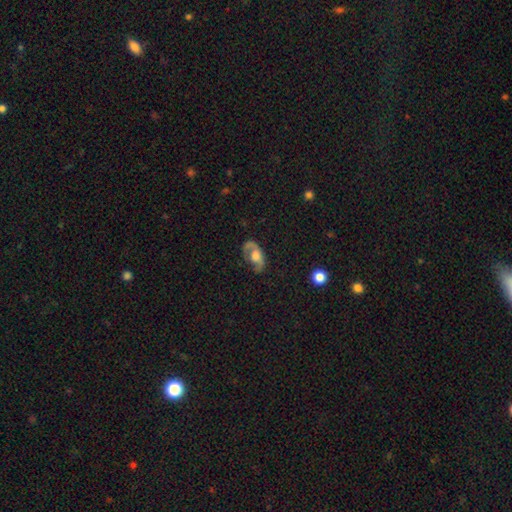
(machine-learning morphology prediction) Smooth or featured? Predicted: featured or disk (p=0.60). Edge-on disk? Predicted: no (p=0.92). Bar? Predicted: no (p=0.75). Spiral arms? Predicted: yes (p=0.66). Bulge size? Predicted: large (p=0.44). Merging? Predicted: none (p=0.49).